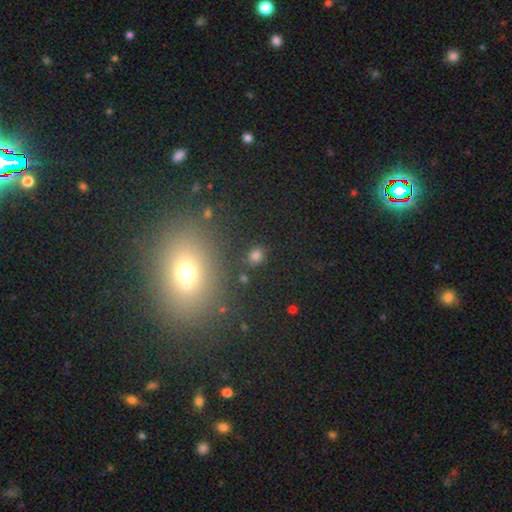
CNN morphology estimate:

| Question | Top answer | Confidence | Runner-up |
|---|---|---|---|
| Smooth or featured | smooth | 72% | star or artifact (21%) |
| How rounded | round | 69% | in between (29%) |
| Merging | none | 84% | minor disturbance (8%) |